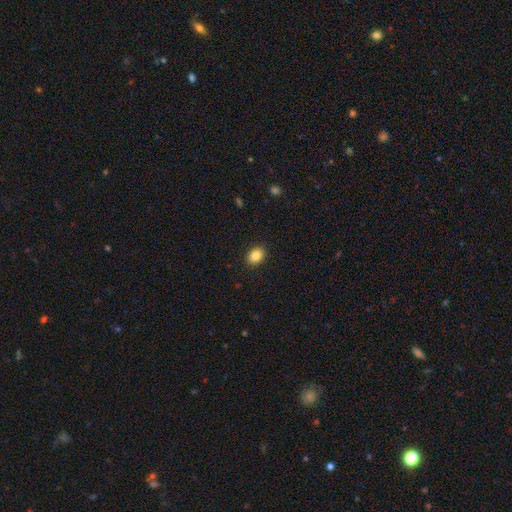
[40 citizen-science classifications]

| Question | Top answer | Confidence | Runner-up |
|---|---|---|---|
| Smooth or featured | smooth | 88% | star or artifact (8%) |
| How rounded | in between | 63% | round (34%) |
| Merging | none | 95% | minor disturbance (5%) |